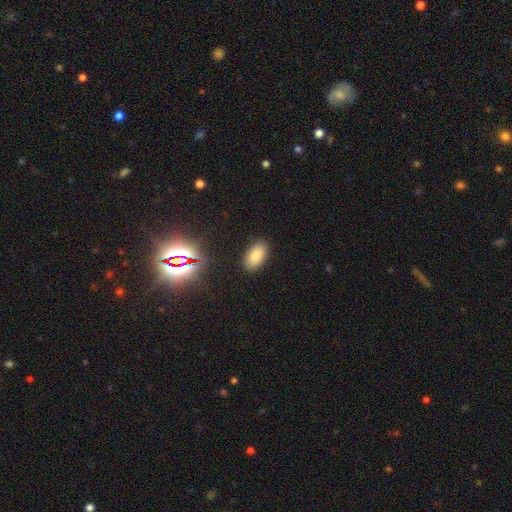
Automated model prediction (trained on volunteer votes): Smooth or featured? smooth (79%)
How rounded? in between (94%)
Merging? none (88%)